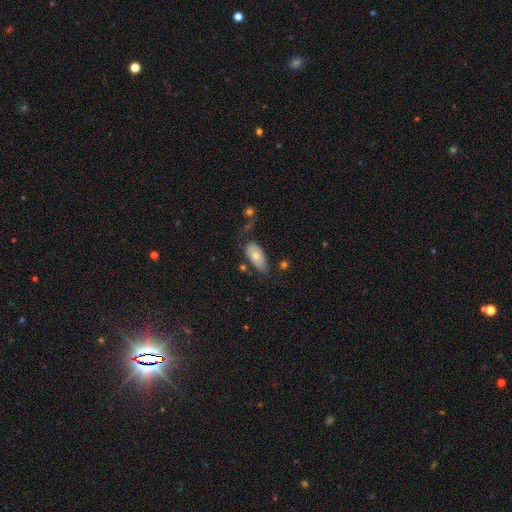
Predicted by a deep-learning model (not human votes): smooth-or-featured: smooth: 67% | featured or disk: 27% | star or artifact: 7%
  how-rounded: in between: 92% | cigar-shaped: 5% | round: 3%
  merging: none: 55% | minor disturbance: 28% | major disturbance: 12% | merger: 6%